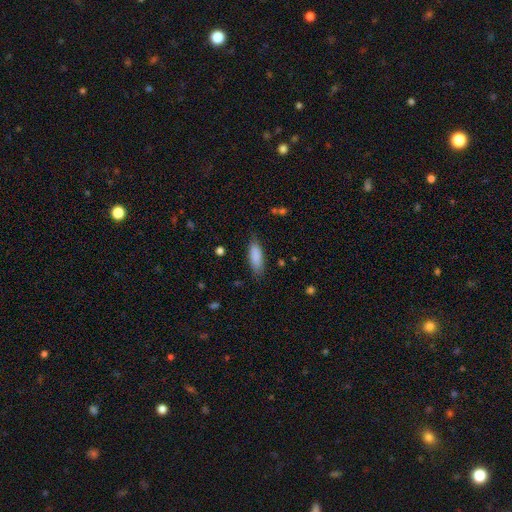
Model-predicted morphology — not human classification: A smooth galaxy with no disk features (87%) that is in between round and cigar-shaped (65%).

Vote fractions:
- Smooth or featured? smooth: 87% / featured or disk: 7% / star or artifact: 6%
- How rounded? in between: 65% / cigar-shaped: 34% / round: 2%
- Merging? none: 80% / minor disturbance: 16% / major disturbance: 3% / merger: 1%